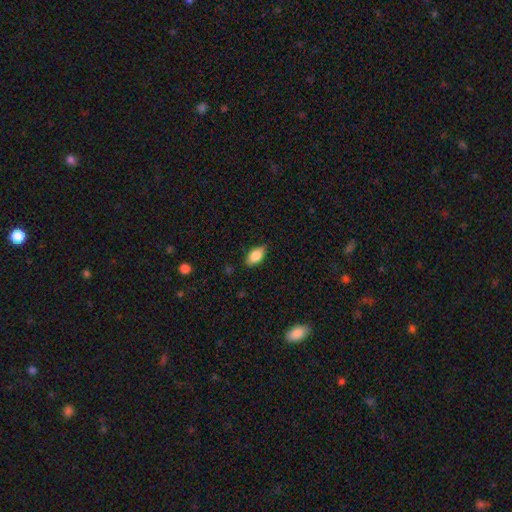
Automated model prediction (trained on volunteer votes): A smooth galaxy with no disk features (82%) that is in between round and cigar-shaped (90%).

Vote fractions:
- Smooth or featured? smooth: 82% / featured or disk: 11% / star or artifact: 7%
- How rounded? in between: 90% / cigar-shaped: 5% / round: 4%
- Merging? none: 83% / minor disturbance: 14% / major disturbance: 2% / merger: 1%